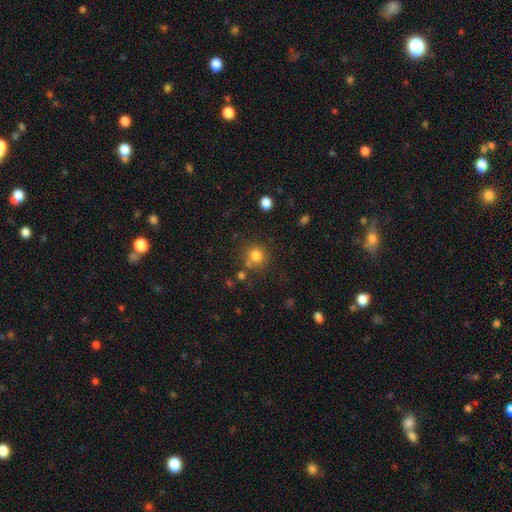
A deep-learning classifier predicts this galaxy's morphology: Smooth or featured? Predicted: smooth (p=0.79). How rounded? Predicted: round (p=0.90). Merging? Predicted: none (p=0.74).